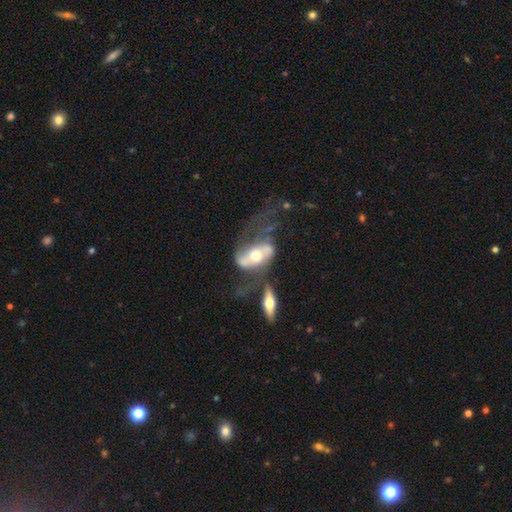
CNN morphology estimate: This is likely a featured or disk galaxy (75%). It is clearly not viewed edge-on (89%). Bar: marginally no (40%). Spiral arm pattern: clearly yes (80%). Spiral arm count: clearly 2 (84%). Spiral winding: likely loose (67%). Central bulge: likely moderate (69%). Merging: marginally merger (31%).